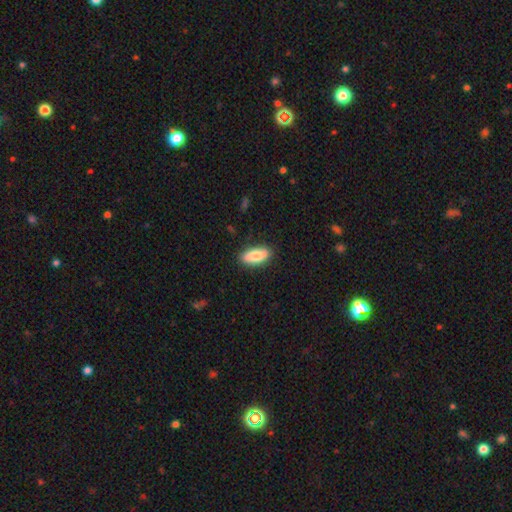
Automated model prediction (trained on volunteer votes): Smooth or featured?
  - smooth: 78% *
  - featured or disk: 16%
  - star or artifact: 6%
How rounded?
  - in between: 84% *
  - cigar-shaped: 13%
  - round: 3%
Merging?
  - none: 87% *
  - minor disturbance: 10%
  - major disturbance: 2%
  - merger: 1%